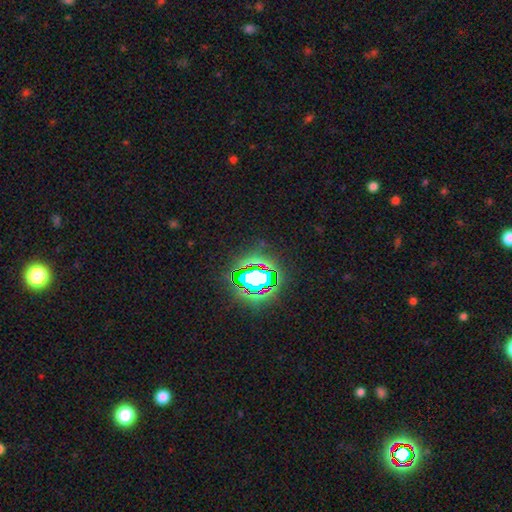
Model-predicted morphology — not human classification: Smooth or featured: star or artifact — 84% (smooth — 10%)